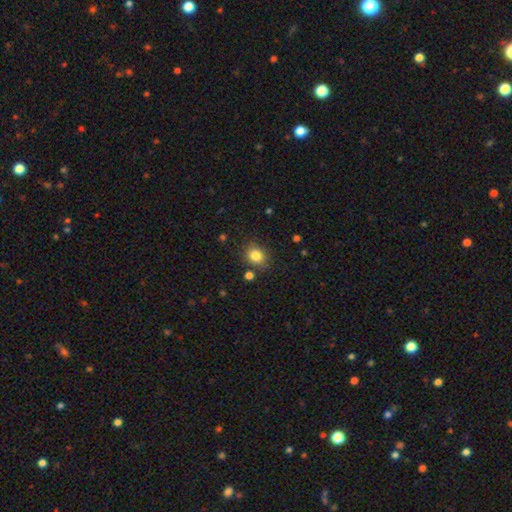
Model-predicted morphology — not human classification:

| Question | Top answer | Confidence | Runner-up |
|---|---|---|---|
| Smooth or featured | smooth | 83% | star or artifact (11%) |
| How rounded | round | 60% | in between (40%) |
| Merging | none | 81% | minor disturbance (11%) |